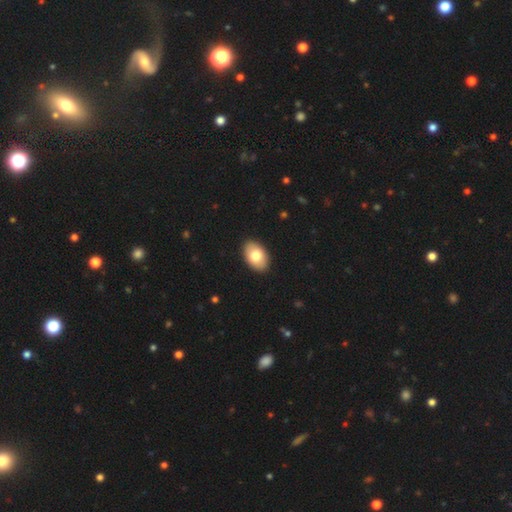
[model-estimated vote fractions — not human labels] A smooth galaxy with no disk features (78%) that is in between round and cigar-shaped (91%).

Vote fractions:
- Smooth or featured? smooth: 78% / featured or disk: 15% / star or artifact: 6%
- How rounded? in between: 91% / round: 8% / cigar-shaped: 1%
- Merging? none: 90% / minor disturbance: 7% / major disturbance: 2% / merger: 1%